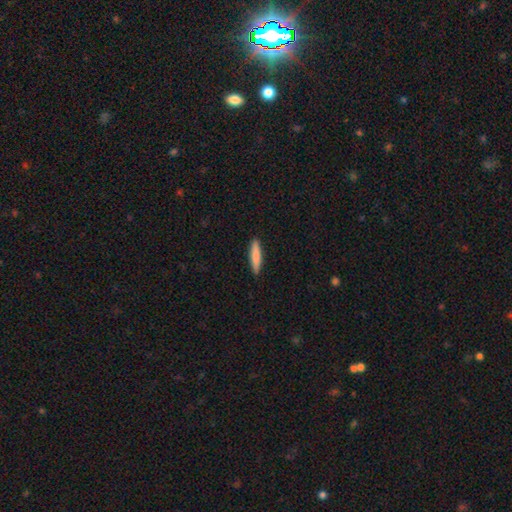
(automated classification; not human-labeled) Smooth or featured: smooth — 82% (featured or disk — 13%)
How rounded: cigar-shaped — 86% (in between — 12%)
Merging: none — 89% (minor disturbance — 8%)